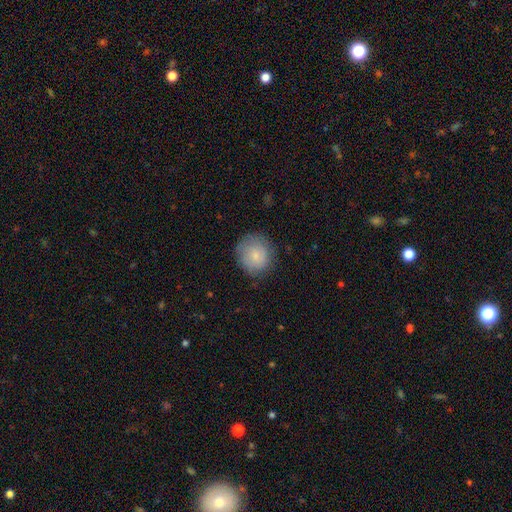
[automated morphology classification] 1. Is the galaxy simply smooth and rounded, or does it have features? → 79% smooth, 14% featured or disk, 7% star or artifact.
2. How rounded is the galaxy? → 83% round, 16% in between, 1% cigar-shaped.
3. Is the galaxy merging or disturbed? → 78% none, 16% minor disturbance, 4% major disturbance, 1% merger.